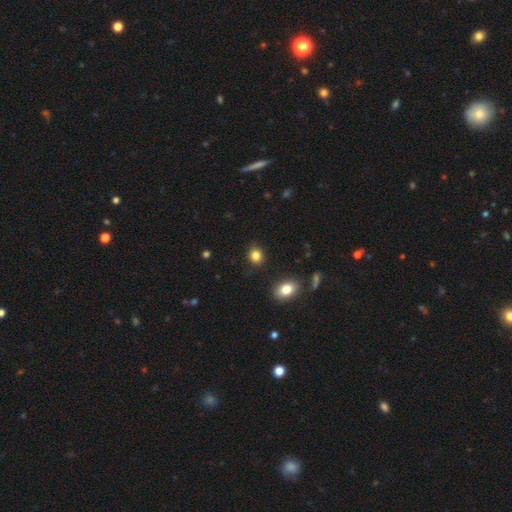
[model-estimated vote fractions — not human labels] smooth_or_featured: smooth (p=0.85) [alt: star or artifact p=0.11]
how_rounded: round (p=0.71) [alt: in between p=0.28]
merging: none (p=0.87) [alt: minor disturbance p=0.09]